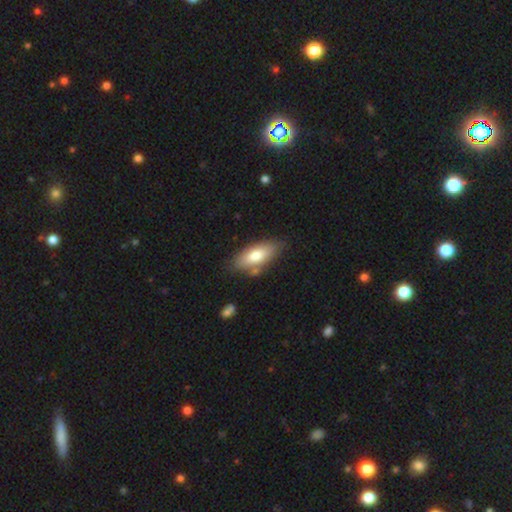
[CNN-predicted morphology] A smooth galaxy with no disk features (74%) that is in between round and cigar-shaped (83%).

Vote fractions:
- Smooth or featured? smooth: 74% / featured or disk: 20% / star or artifact: 6%
- How rounded? in between: 83% / cigar-shaped: 15% / round: 2%
- Merging? none: 74% / minor disturbance: 17% / merger: 6% / major disturbance: 4%